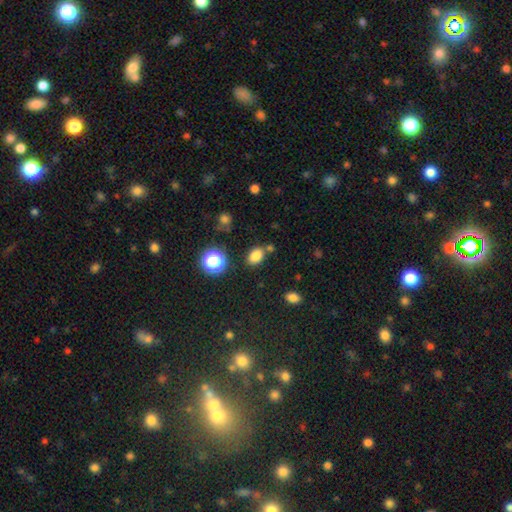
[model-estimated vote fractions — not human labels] smooth-or-featured: smooth: 80% | star or artifact: 14% | featured or disk: 6%
  how-rounded: in between: 76% | round: 22% | cigar-shaped: 1%
  merging: none: 74% | minor disturbance: 13% | merger: 9% | major disturbance: 4%